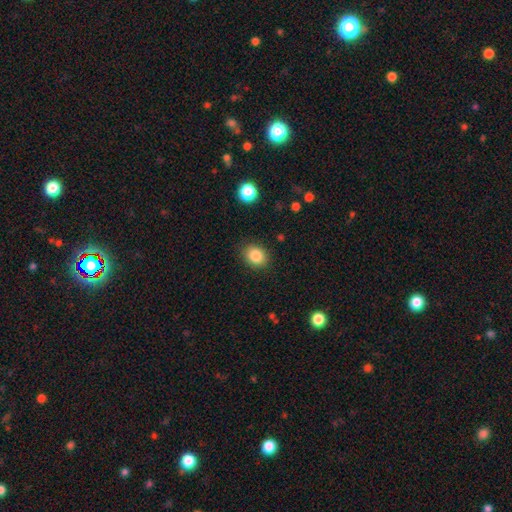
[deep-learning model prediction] Overall: smooth (85%). How rounded: round (61%; in between 38%). Merging: none (88%).